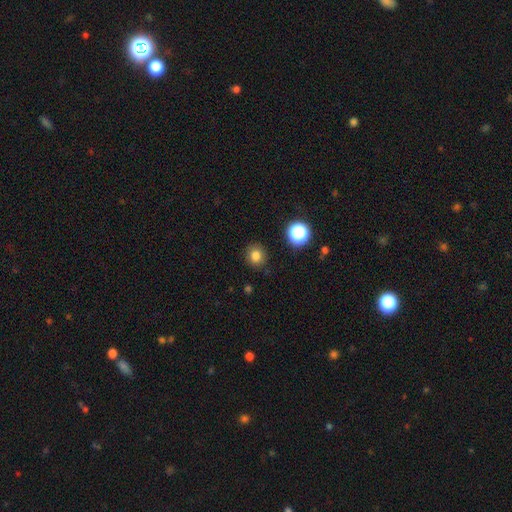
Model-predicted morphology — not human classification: This is clearly a smooth galaxy (81%). How rounded: clearly round (86%). Merging: clearly none (88%).